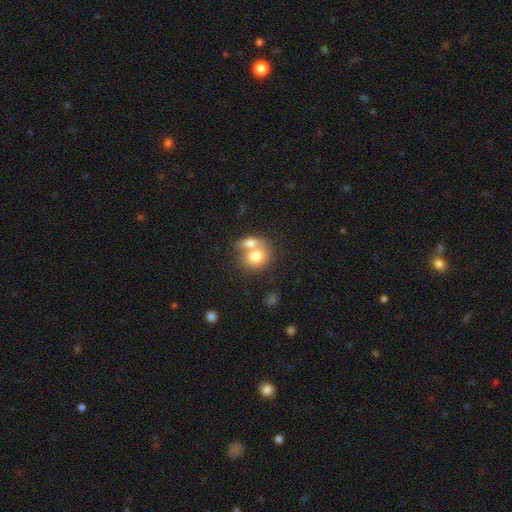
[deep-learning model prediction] This is likely a smooth galaxy (75%). How rounded: possibly round (57%). Merging: likely merger (64%).